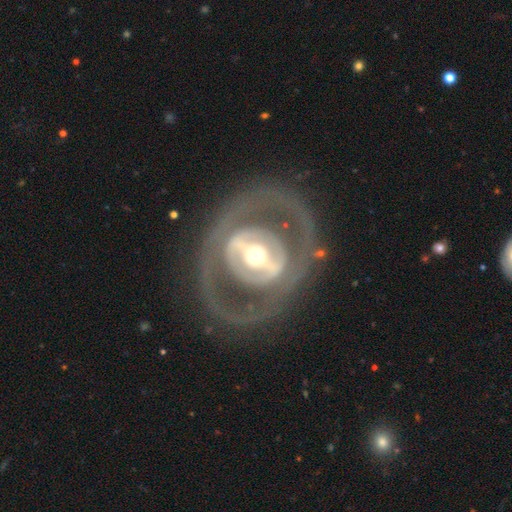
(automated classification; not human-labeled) This is likely a featured or disk galaxy (79%). It is clearly not viewed edge-on (92%). Bar: possibly strong (46%). Spiral arm pattern: likely no (63%). Central bulge: likely moderate (63%). Merging: likely none (75%).